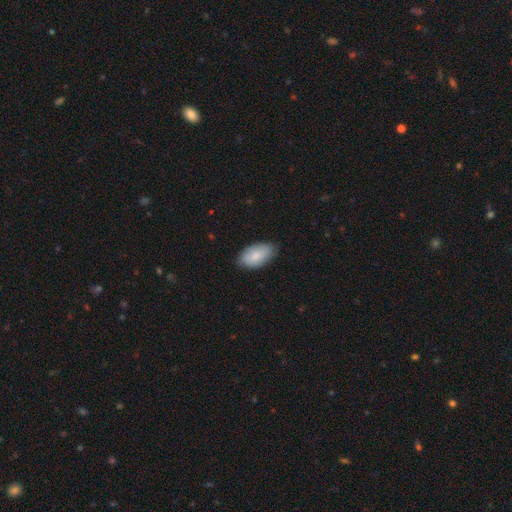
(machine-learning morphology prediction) Smooth or featured: smooth — 82% (featured or disk — 12%)
How rounded: in between — 95% (round — 3%)
Merging: none — 80% (minor disturbance — 16%)